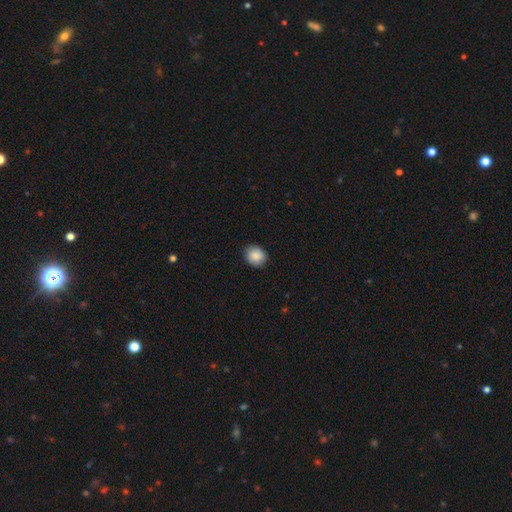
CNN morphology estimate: smooth 87%, star or artifact 7%, featured or disk 5%. Down the decision tree: how rounded — round (69%); merging — none (86%).